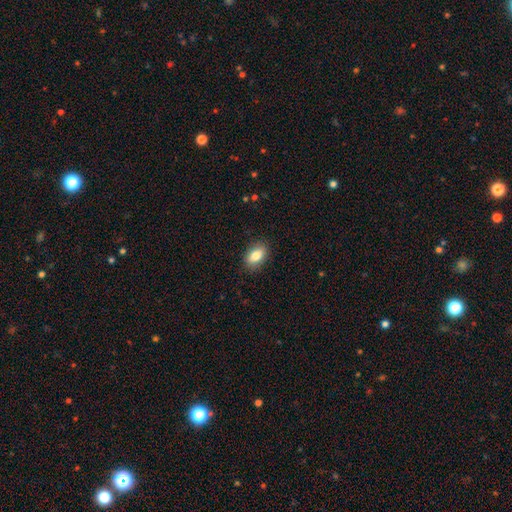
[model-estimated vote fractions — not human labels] smooth 83%, featured or disk 9%, star or artifact 8%. Down the decision tree: how rounded — in between (88%); merging — none (87%).